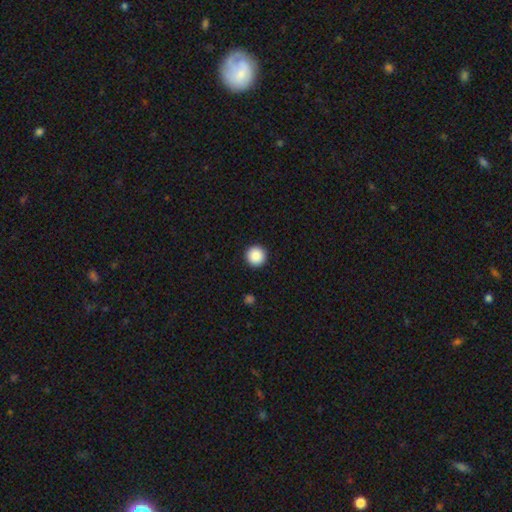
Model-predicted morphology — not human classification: Smooth or featured?
  - smooth: 88% *
  - star or artifact: 9%
  - featured or disk: 3%
How rounded?
  - round: 97% *
  - in between: 2%
  - cigar-shaped: 1%
Merging?
  - none: 94% *
  - minor disturbance: 4%
  - major disturbance: 1%
  - merger: 1%